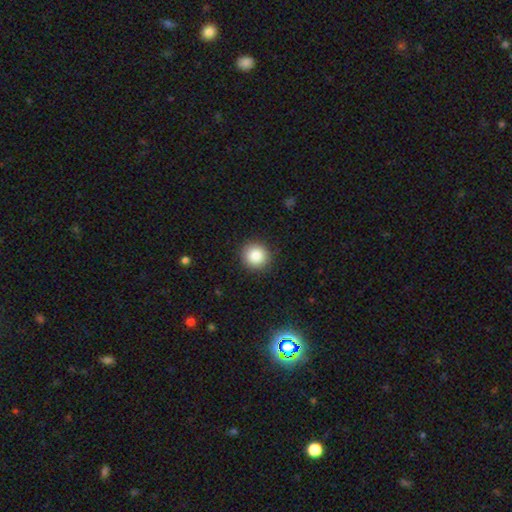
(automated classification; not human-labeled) Q: Smooth or featured?
A: smooth (86%); runner-up: star or artifact (9%)
Q: How rounded?
A: round (92%); runner-up: in between (7%)
Q: Merging?
A: none (91%); runner-up: minor disturbance (6%)